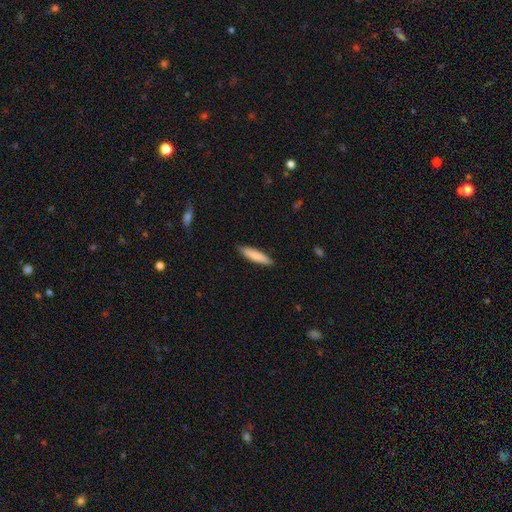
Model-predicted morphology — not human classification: A smooth galaxy with no disk features (83%) that is cigar-shaped (81%).

Vote fractions:
- Smooth or featured? smooth: 83% / featured or disk: 11% / star or artifact: 5%
- How rounded? cigar-shaped: 81% / in between: 17% / round: 1%
- Merging? none: 90% / minor disturbance: 8% / major disturbance: 1% / merger: 1%